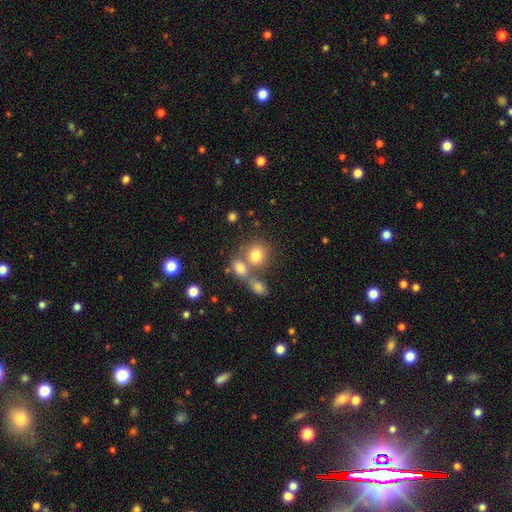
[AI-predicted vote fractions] Smooth or featured? smooth (77%)
How rounded? round (70%)
Merging? none (43%)